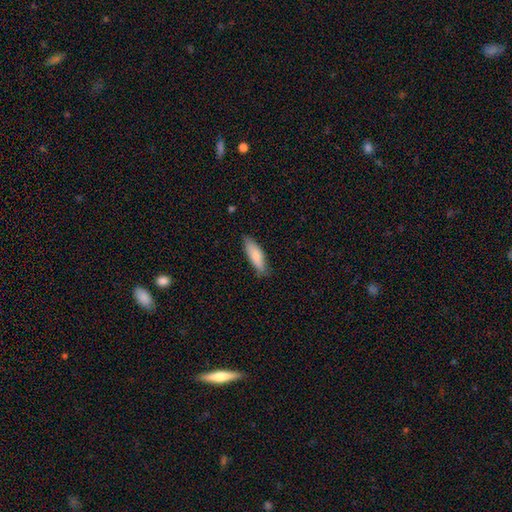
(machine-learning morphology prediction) A smooth galaxy with no disk features (81%) that is in between round and cigar-shaped (52%). Merging: none (80%).